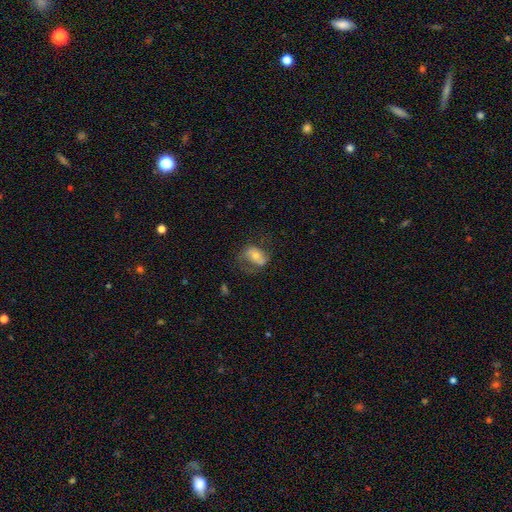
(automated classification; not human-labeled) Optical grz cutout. It shows a featured or disk galaxy (47%). Merging: none (49%).